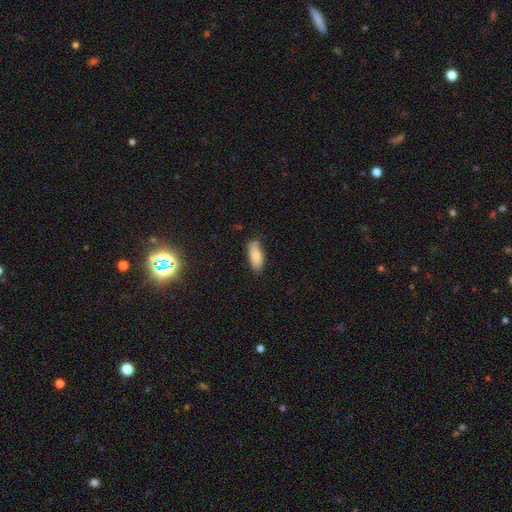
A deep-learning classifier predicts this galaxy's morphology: Smooth or featured? Predicted: smooth (p=0.80). How rounded? Predicted: in between (p=0.81). Merging? Predicted: none (p=0.77).